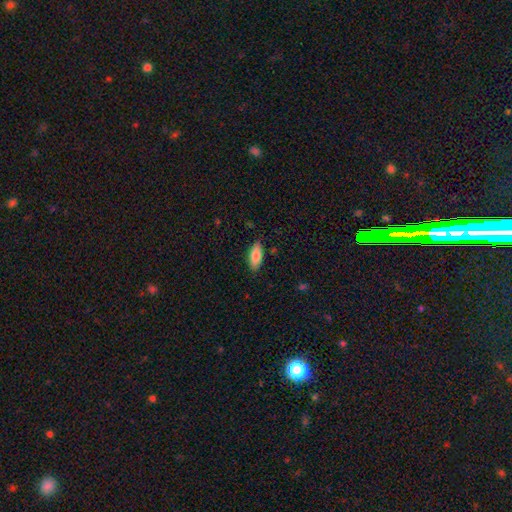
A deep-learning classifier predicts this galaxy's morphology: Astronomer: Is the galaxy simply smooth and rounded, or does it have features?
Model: smooth — 84%.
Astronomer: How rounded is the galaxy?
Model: in between — 82%.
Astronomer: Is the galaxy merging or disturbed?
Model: none — 84%.